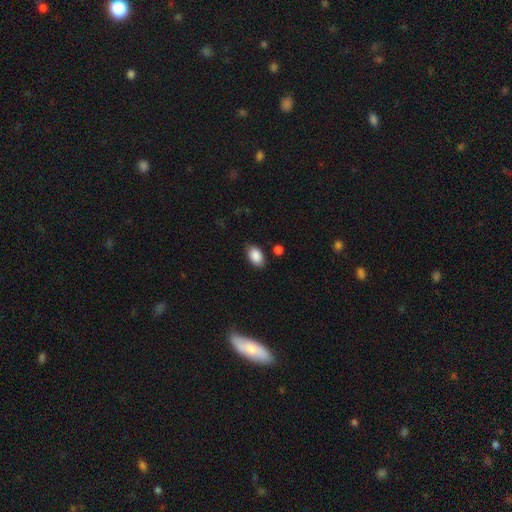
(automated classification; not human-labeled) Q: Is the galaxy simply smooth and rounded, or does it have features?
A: smooth — 89%.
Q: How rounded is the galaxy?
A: in between — 90%.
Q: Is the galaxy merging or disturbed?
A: none — 83%.